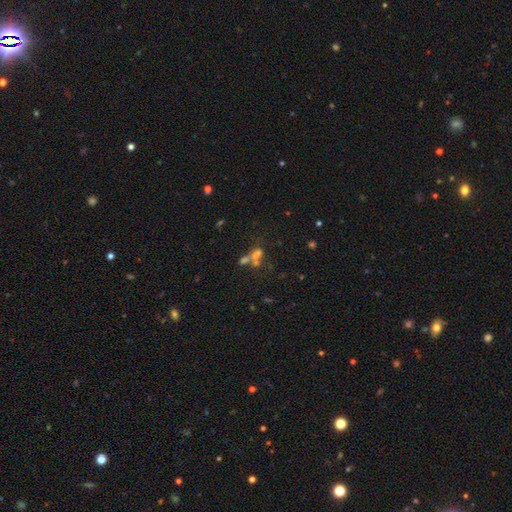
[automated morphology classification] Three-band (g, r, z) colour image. It shows a smooth galaxy with no disk features (44%). Merging: merger (52%).